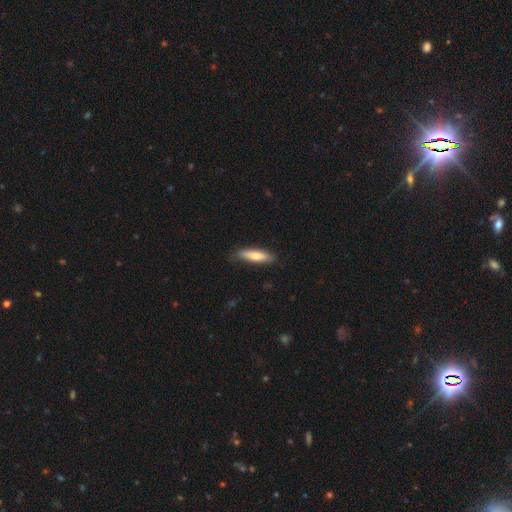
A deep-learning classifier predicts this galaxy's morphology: smooth 71%, featured or disk 23%, star or artifact 6%. Down the decision tree: how rounded — cigar-shaped (69%); merging — none (83%).